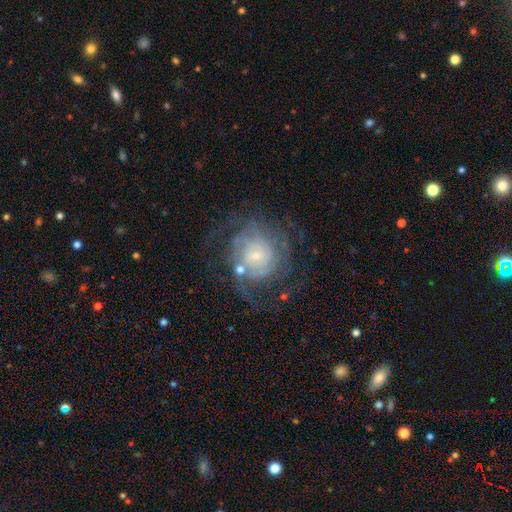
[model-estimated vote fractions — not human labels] A featured or disk galaxy (79%) with no bar (71%), tight (64%) spiral arms (90%) and a small central bulge (76%). Merging: none (65%).